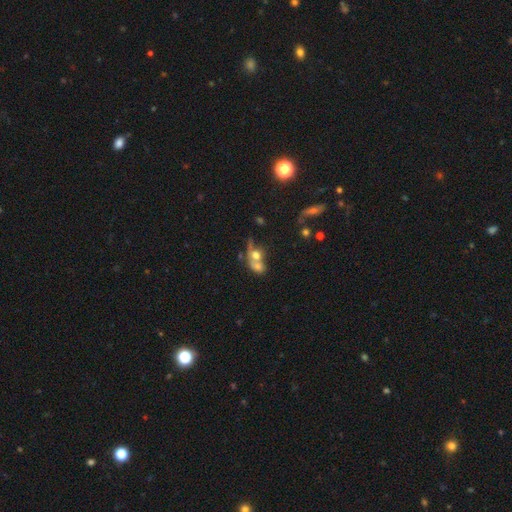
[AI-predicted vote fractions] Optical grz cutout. It shows a smooth galaxy with no disk features (58%) that is in between round and cigar-shaped (51%). Merging: merger (67%).